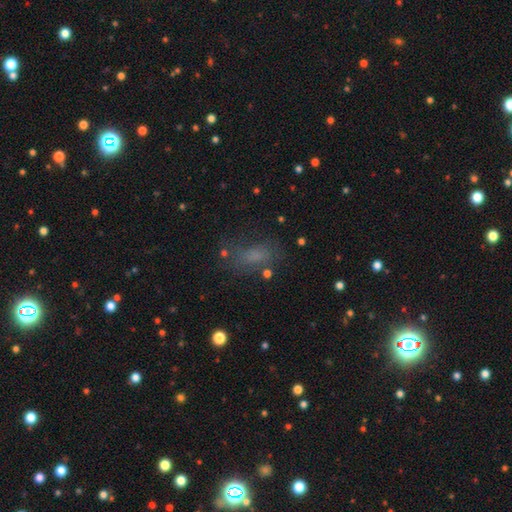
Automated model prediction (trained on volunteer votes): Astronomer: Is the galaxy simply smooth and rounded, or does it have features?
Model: smooth — 65%.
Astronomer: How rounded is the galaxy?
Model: in between — 79%.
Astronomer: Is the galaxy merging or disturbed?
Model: none — 59%.